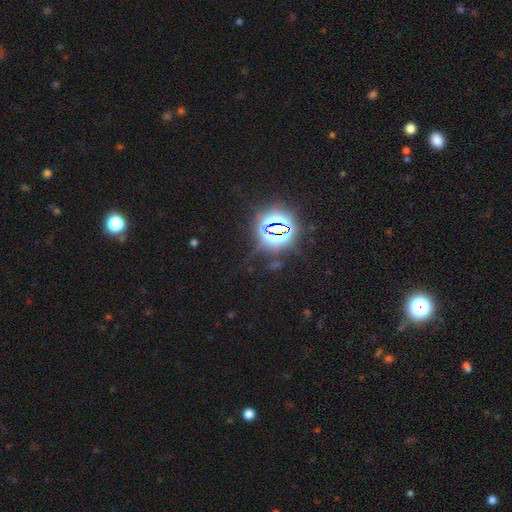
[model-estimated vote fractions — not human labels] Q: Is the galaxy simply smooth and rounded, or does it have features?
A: star or artifact — 83%.